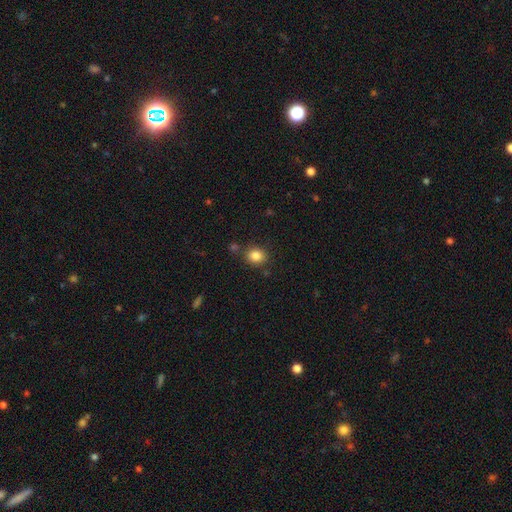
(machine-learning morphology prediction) Q: Smooth or featured?
A: smooth (85%); runner-up: star or artifact (10%)
Q: How rounded?
A: round (63%); runner-up: in between (36%)
Q: Merging?
A: none (80%); runner-up: minor disturbance (11%)